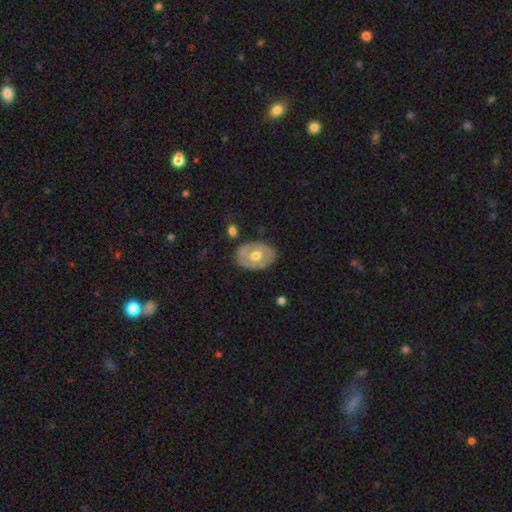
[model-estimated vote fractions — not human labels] Morphology: type=featured or disk (53%); edge-on=no (91%); merging=none (78%).